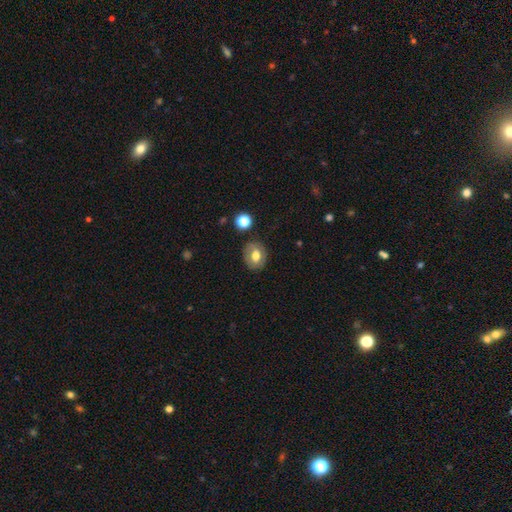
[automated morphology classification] This is likely a smooth galaxy (62%). How rounded: possibly in between (53%). Merging: clearly none (80%).